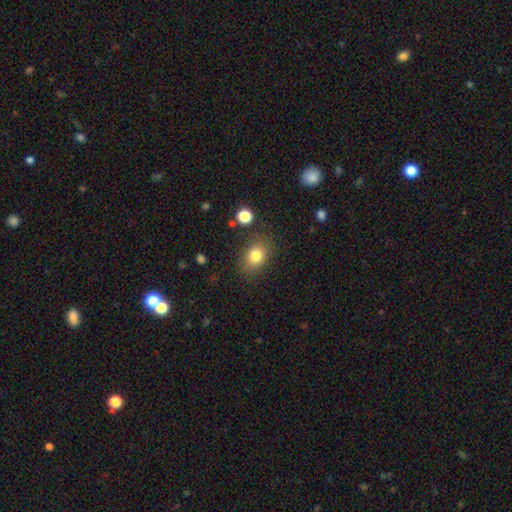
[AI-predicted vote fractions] Smooth or featured? smooth (81%)
How rounded? in between (67%)
Merging? none (78%)